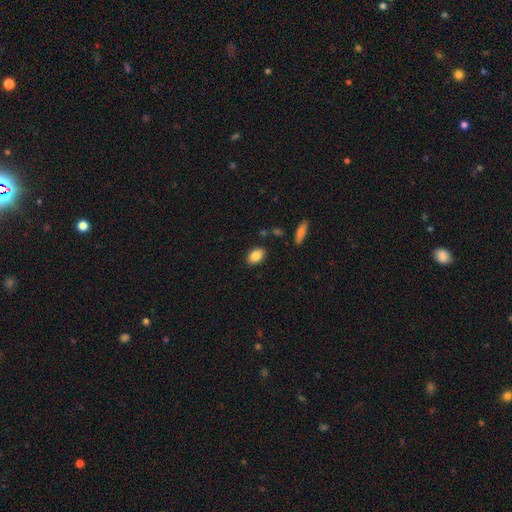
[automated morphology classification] type=smooth (86%); roundness=in between (85%); merging=none (86%).